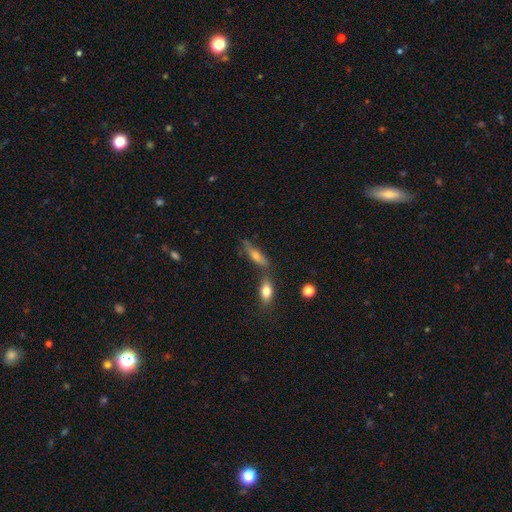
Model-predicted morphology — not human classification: Smooth or featured?
  - smooth: 52% *
  - featured or disk: 38%
  - star or artifact: 10%
How rounded?
  - cigar-shaped: 61% *
  - in between: 36%
  - round: 3%
Merging?
  - none: 59% *
  - merger: 20%
  - minor disturbance: 16%
  - major disturbance: 6%